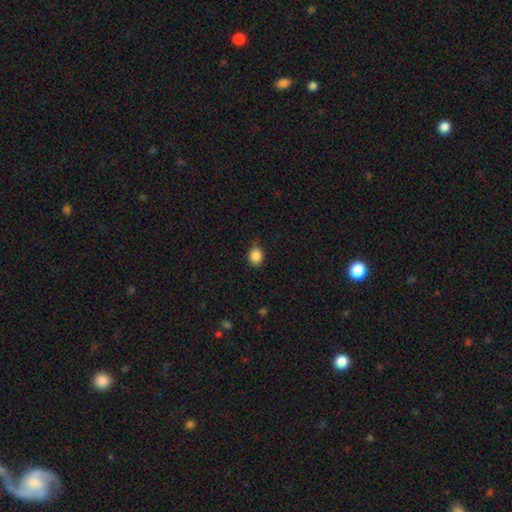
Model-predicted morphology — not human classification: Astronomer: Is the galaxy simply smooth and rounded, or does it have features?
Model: smooth — 87%.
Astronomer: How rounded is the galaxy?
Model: round — 70%.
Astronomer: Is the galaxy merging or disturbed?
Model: none — 82%.